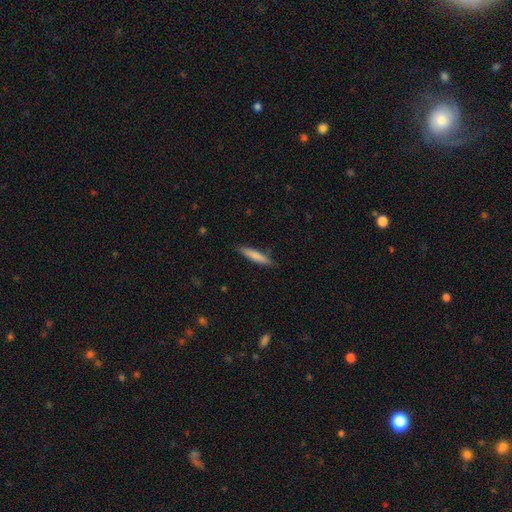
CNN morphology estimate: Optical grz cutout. It shows a smooth galaxy with no disk features (77%) that is cigar-shaped (88%). Merging: none (85%).